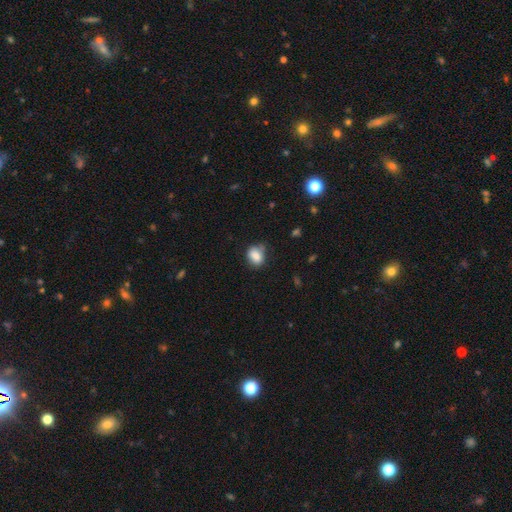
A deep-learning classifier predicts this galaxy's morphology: type=smooth (84%); roundness=in between (58%); merging=none (60%).